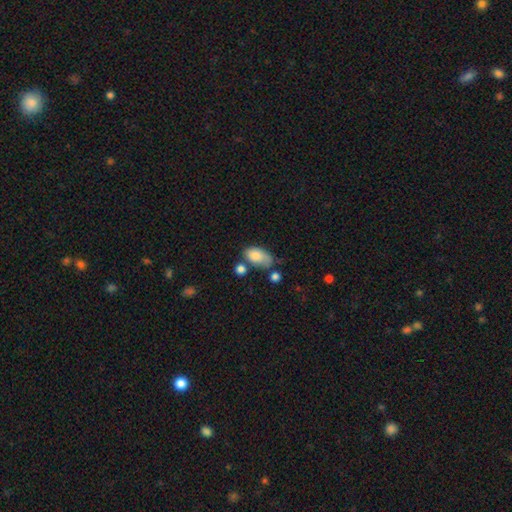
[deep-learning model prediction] smooth_or_featured: smooth (p=0.80) [alt: featured or disk p=0.12]
how_rounded: in between (p=0.92) [alt: round p=0.06]
merging: none (p=0.42) [alt: minor disturbance p=0.32]